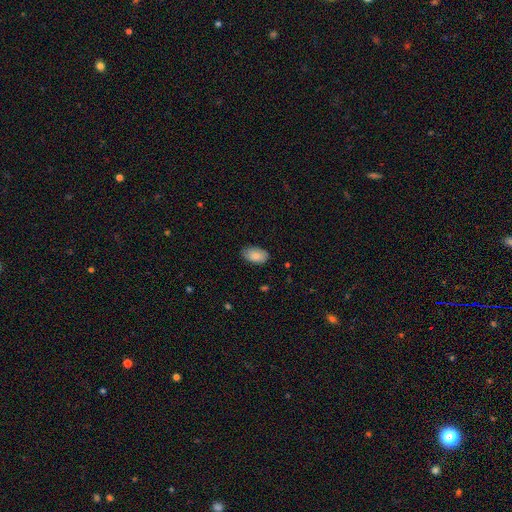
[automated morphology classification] This appears to be a smooth galaxy with no disk features (85%) that is in between round and cigar-shaped (94%). Merging: none (83%).